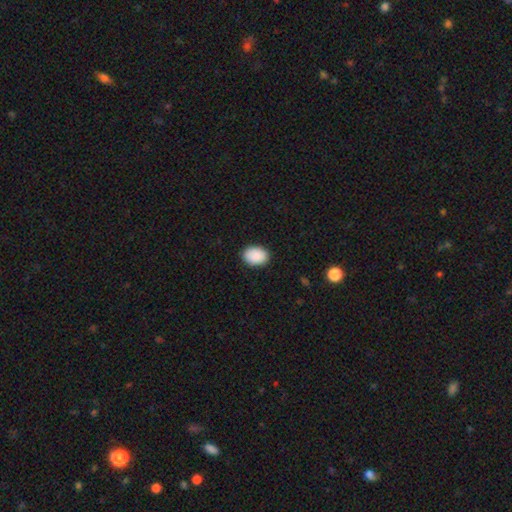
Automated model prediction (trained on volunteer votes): Smooth or featured? Predicted: smooth (p=0.91). How rounded? Predicted: in between (p=0.80). Merging? Predicted: none (p=0.88).